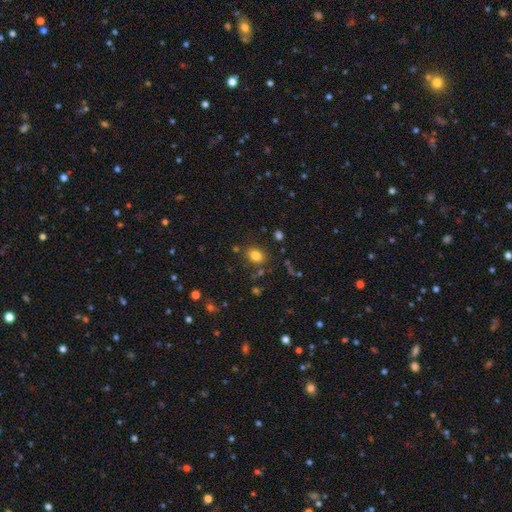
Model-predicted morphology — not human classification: type=smooth (80%); roundness=in between (60%); merging=none (79%).